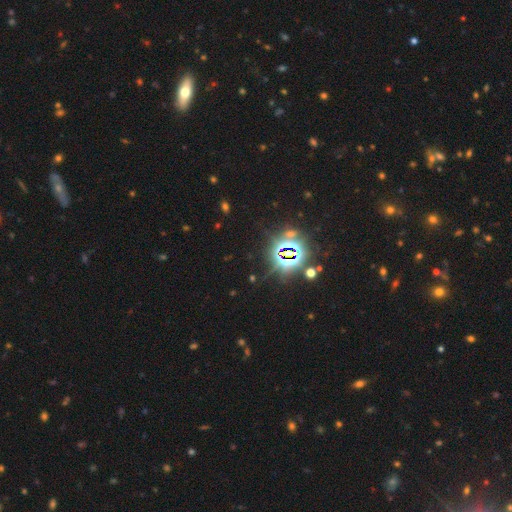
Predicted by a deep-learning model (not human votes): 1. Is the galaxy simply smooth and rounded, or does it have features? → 82% star or artifact, 10% smooth, 8% featured or disk.